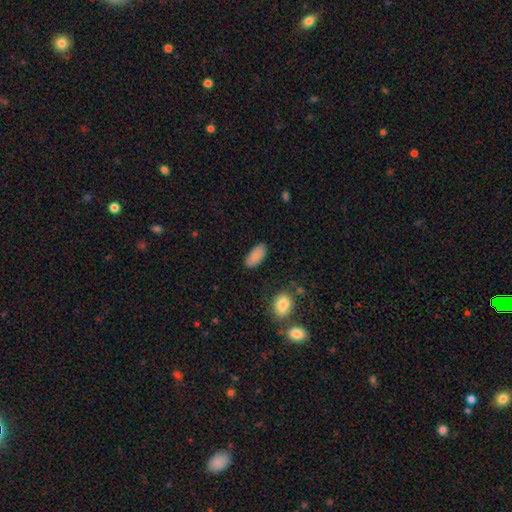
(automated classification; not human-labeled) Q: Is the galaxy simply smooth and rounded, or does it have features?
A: smooth — 89%.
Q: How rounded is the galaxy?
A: in between — 90%.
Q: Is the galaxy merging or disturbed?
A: none — 85%.